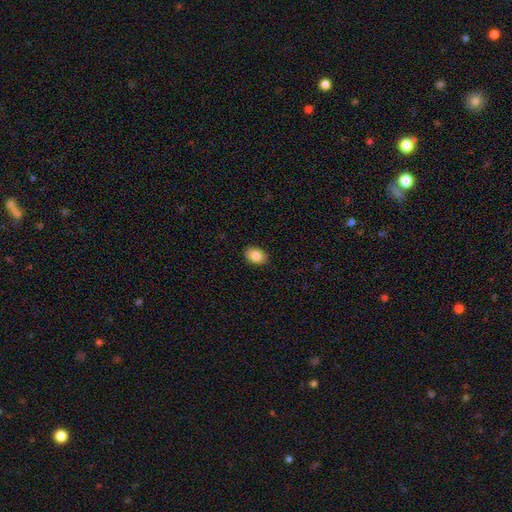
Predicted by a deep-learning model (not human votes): Overall: smooth (86%). How rounded: in between (82%). Merging: none (90%).